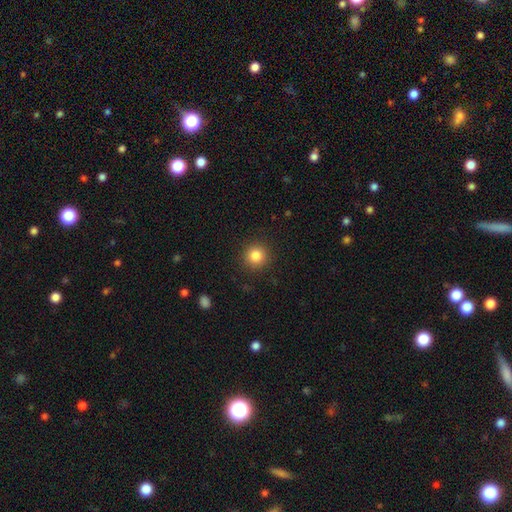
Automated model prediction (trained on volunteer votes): A smooth galaxy with no disk features (84%) that is round (93%).

Vote fractions:
- Smooth or featured? smooth: 84% / star or artifact: 11% / featured or disk: 5%
- How rounded? round: 93% / in between: 6% / cigar-shaped: 1%
- Merging? none: 90% / minor disturbance: 6% / major disturbance: 2% / merger: 1%